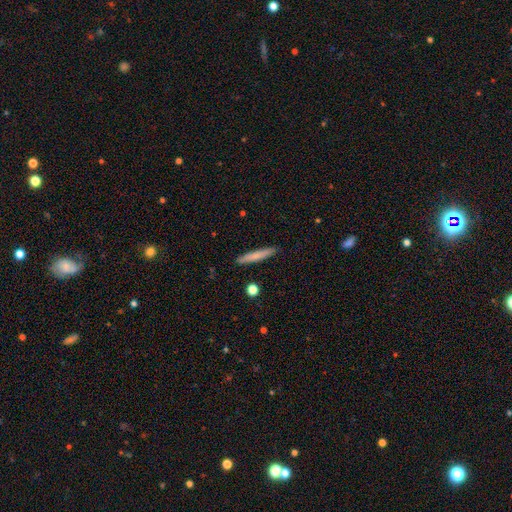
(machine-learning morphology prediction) Smooth or featured? smooth (72%)
How rounded? cigar-shaped (94%)
Merging? none (90%)